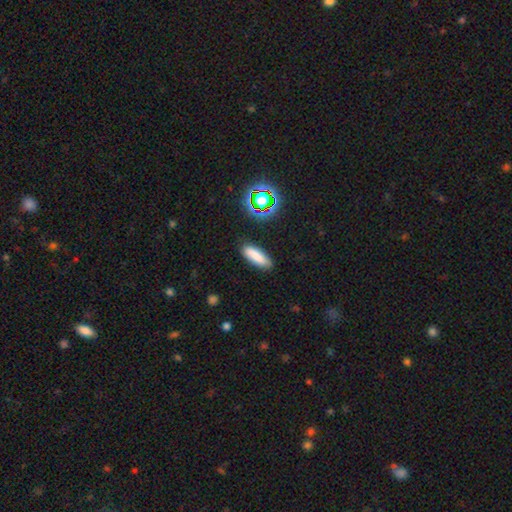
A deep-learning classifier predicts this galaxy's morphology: Smooth or featured? smooth (80%)
How rounded? in between (55%)
Merging? none (85%)